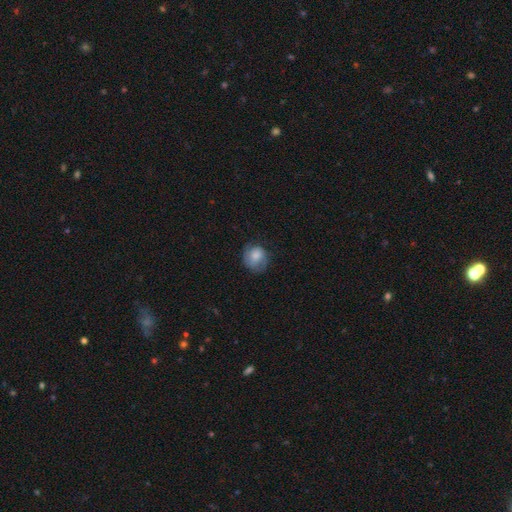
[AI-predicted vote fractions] smooth_or_featured: smooth (p=0.66) [alt: featured or disk p=0.26]
how_rounded: round (p=0.69) [alt: in between p=0.30]
merging: none (p=0.62) [alt: minor disturbance p=0.26]